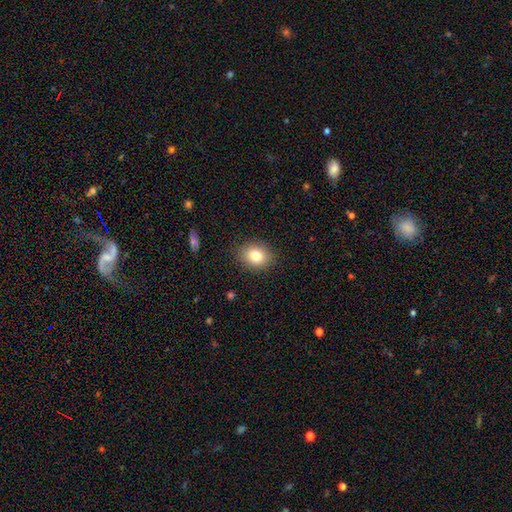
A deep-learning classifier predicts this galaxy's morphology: type=smooth (80%); roundness=in between (50%); merging=none (87%).